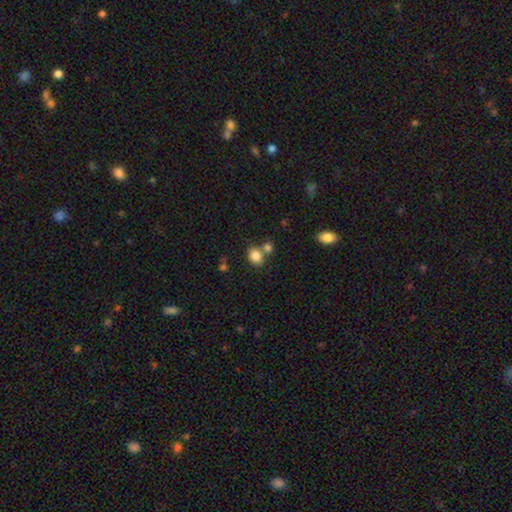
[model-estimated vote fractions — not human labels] Overall: smooth (84%). How rounded: round (58%; in between 41%). Merging: none (59%; merger 27%).